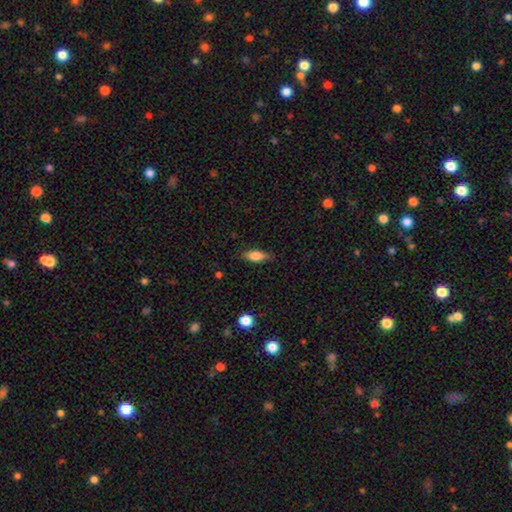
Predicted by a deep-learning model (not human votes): The model was most divided on "how rounded": in between: 69%, cigar-shaped: 28%, round: 4%. More confident: merging — none (82%); smooth or featured — smooth (72%).